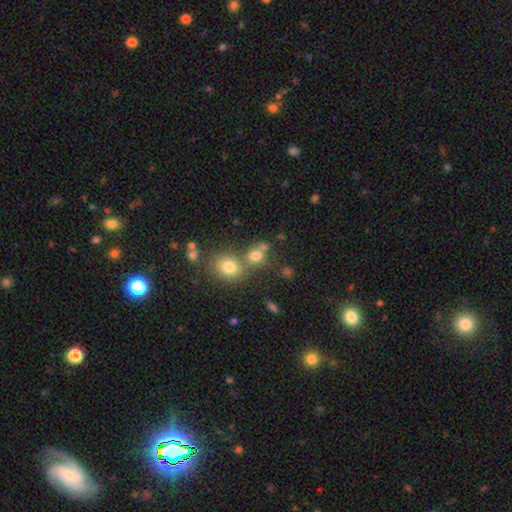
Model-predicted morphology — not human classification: Smooth or featured: smooth — 74% (star or artifact — 15%)
How rounded: round — 57% (in between — 42%)
Merging: none — 44% (merger — 40%)